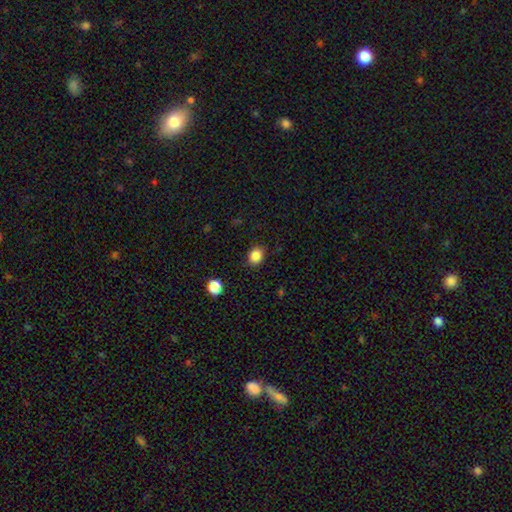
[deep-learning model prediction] Smooth or featured: smooth — 85% (star or artifact — 11%)
How rounded: round — 52% (in between — 47%)
Merging: none — 87% (minor disturbance — 10%)